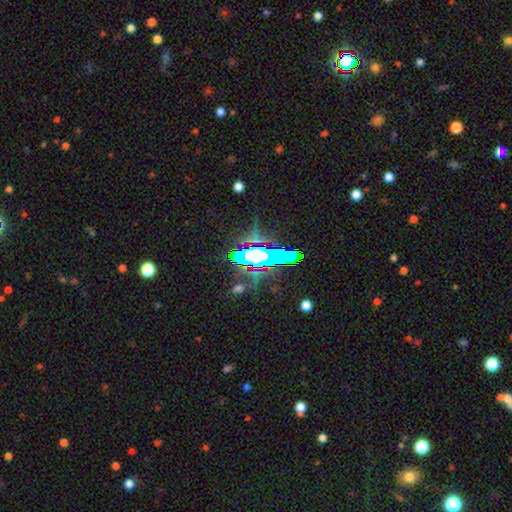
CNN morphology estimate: This is likely a star or artifact rather than a galaxy (60%).